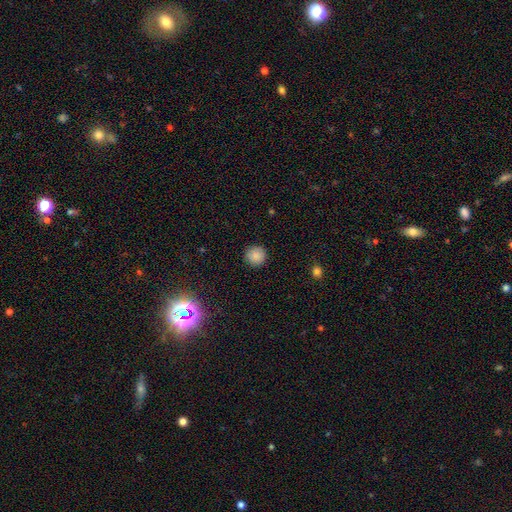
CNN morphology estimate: smooth_or_featured: smooth (p=0.86) [alt: star or artifact p=0.10]
how_rounded: round (p=0.95) [alt: in between p=0.04]
merging: none (p=0.92) [alt: minor disturbance p=0.06]